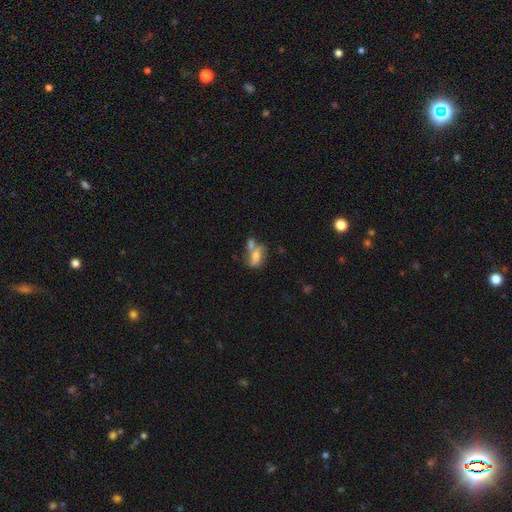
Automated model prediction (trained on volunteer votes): Morphology: type=smooth (54%); roundness=in between (79%); merging=merger (41%).